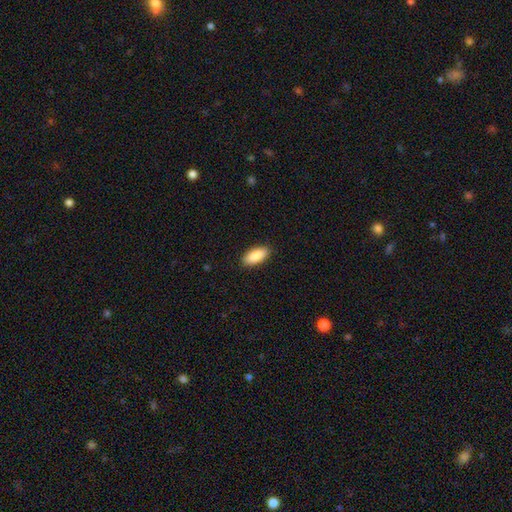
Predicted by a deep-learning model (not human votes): A smooth galaxy with no disk features (90%) that is in between round and cigar-shaped (87%). Merging: none (89%).